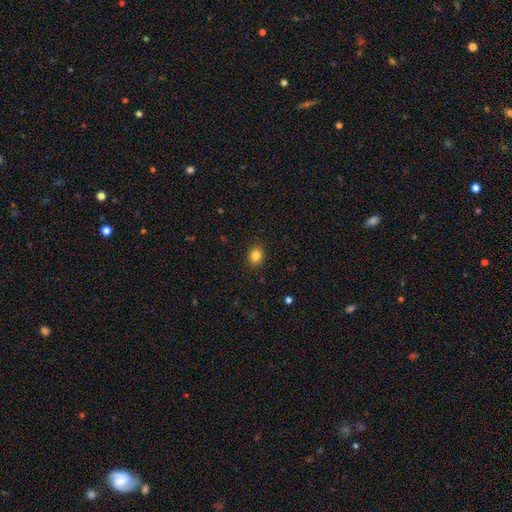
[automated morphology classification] This is clearly a smooth galaxy (84%). How rounded: possibly round (57%). Merging: clearly none (89%).